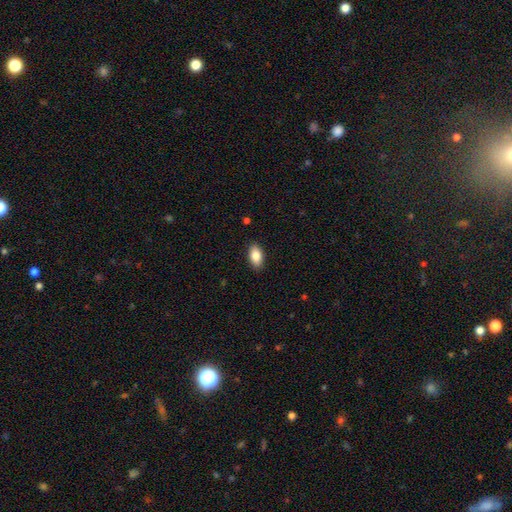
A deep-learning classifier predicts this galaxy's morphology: smooth_or_featured: smooth (p=0.85) [alt: featured or disk p=0.08]
how_rounded: in between (p=0.92) [alt: round p=0.04]
merging: none (p=0.88) [alt: minor disturbance p=0.09]